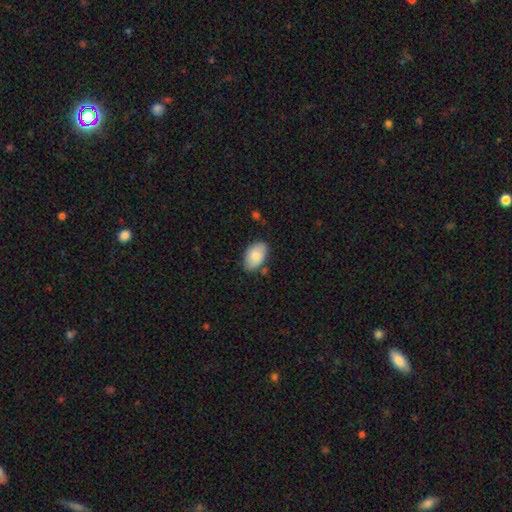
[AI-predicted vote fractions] This is clearly a smooth galaxy (82%). How rounded: clearly in between (92%). Merging: likely none (77%).